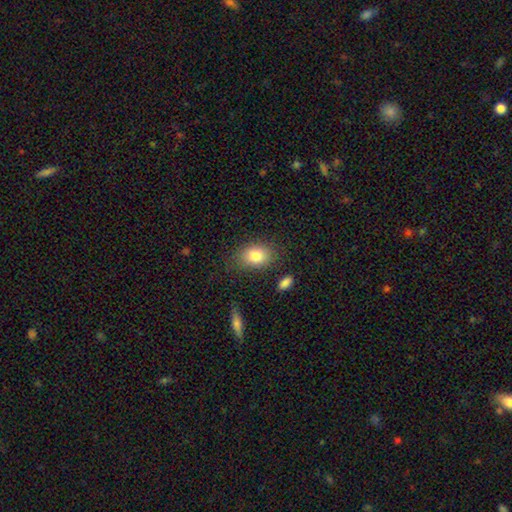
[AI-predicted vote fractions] Overall: smooth (82%). How rounded: in between (72%). Merging: none (80%).